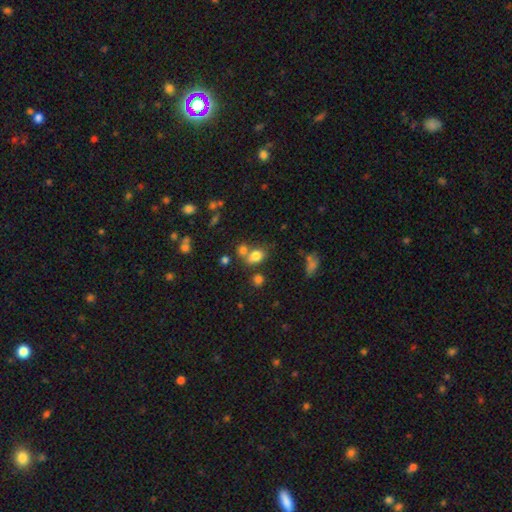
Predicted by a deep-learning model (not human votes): smooth_or_featured: smooth (p=0.77) [alt: star or artifact p=0.14]
how_rounded: in between (p=0.64) [alt: round p=0.35]
merging: none (p=0.49) [alt: merger p=0.32]